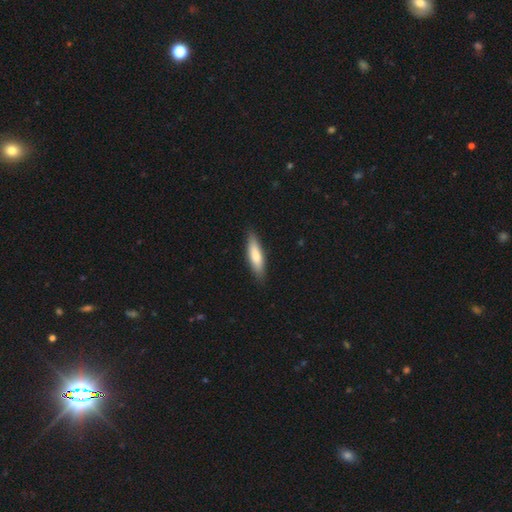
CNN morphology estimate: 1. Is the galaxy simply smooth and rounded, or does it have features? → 73% smooth, 21% featured or disk, 5% star or artifact.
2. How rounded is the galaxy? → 67% cigar-shaped, 31% in between, 2% round.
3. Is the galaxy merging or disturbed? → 87% none, 10% minor disturbance, 2% major disturbance, 1% merger.